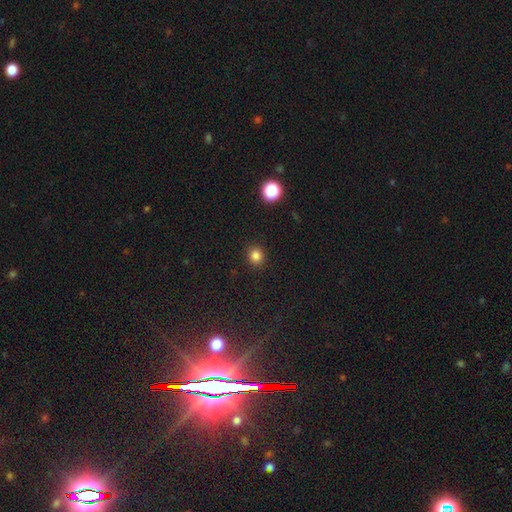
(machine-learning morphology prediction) Q: Smooth or featured?
A: smooth (83%); runner-up: star or artifact (13%)
Q: How rounded?
A: round (83%); runner-up: in between (16%)
Q: Merging?
A: none (91%); runner-up: minor disturbance (6%)